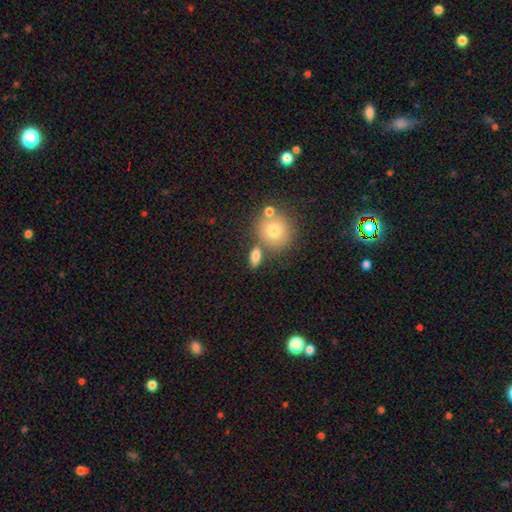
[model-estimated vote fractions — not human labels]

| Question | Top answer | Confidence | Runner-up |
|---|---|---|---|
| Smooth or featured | smooth | 78% | featured or disk (13%) |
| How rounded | in between | 70% | round (20%) |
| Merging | none | 67% | merger (16%) |